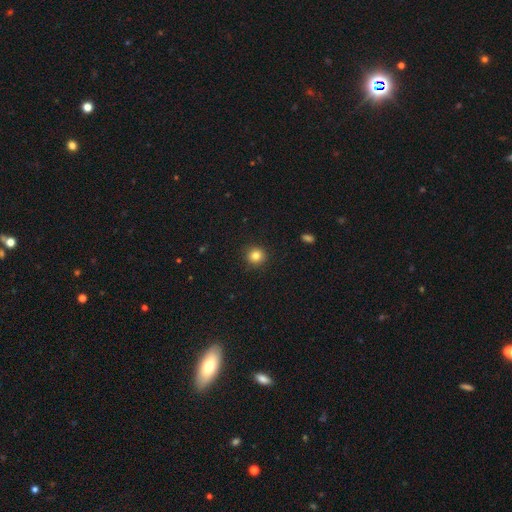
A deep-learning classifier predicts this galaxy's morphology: smooth_or_featured: smooth (p=0.83) [alt: star or artifact p=0.11]
how_rounded: round (p=0.92) [alt: in between p=0.07]
merging: none (p=0.91) [alt: minor disturbance p=0.06]